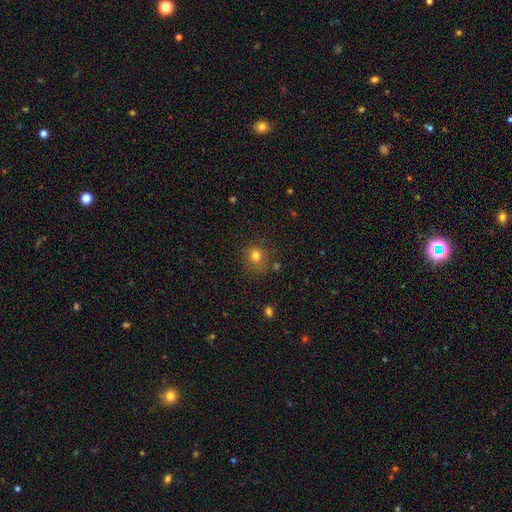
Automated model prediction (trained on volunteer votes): smooth-or-featured: smooth: 76% | star or artifact: 16% | featured or disk: 8%
  how-rounded: round: 79% | in between: 20% | cigar-shaped: 1%
  merging: none: 75% | minor disturbance: 15% | major disturbance: 5% | merger: 4%